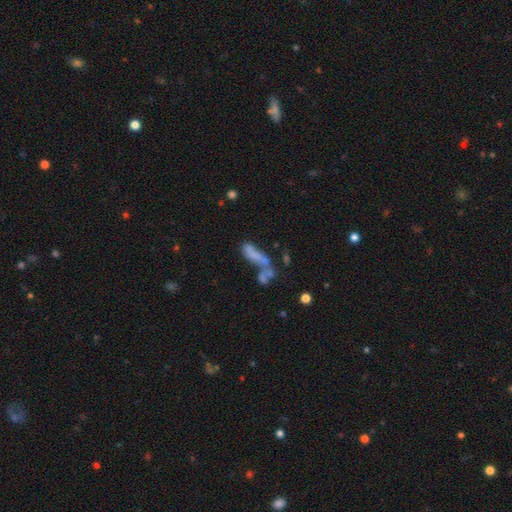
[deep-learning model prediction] This appears to be a smooth galaxy with no disk features (51%) that is cigar-shaped (52%). Merging: merger (46%).